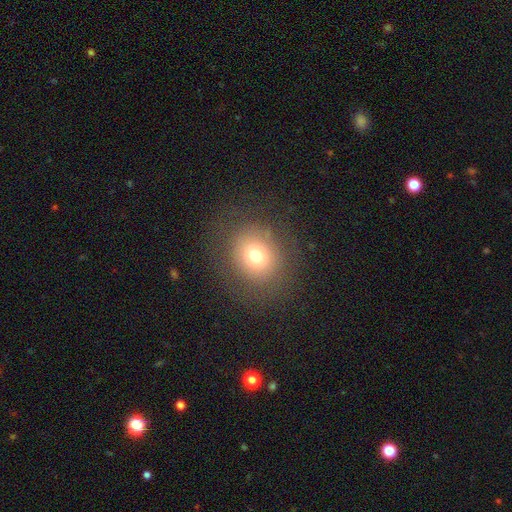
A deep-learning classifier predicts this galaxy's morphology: Q: Smooth or featured?
A: smooth (71%); runner-up: star or artifact (16%)
Q: How rounded?
A: round (76%); runner-up: in between (23%)
Q: Merging?
A: none (80%); runner-up: minor disturbance (11%)